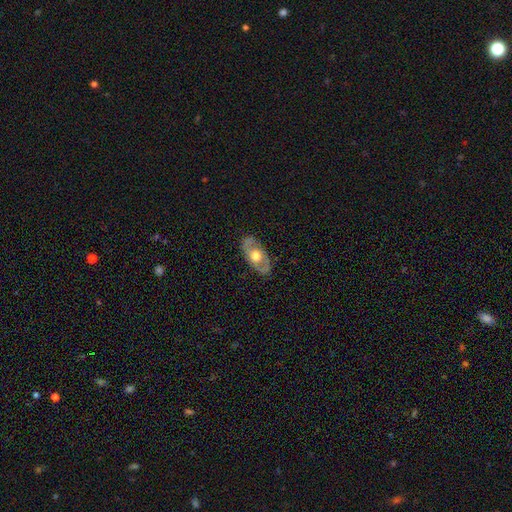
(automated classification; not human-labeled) Smooth or featured: featured or disk — 62% (smooth — 33%)
Edge-on disk: no — 85% (yes — 15%)
Bar: no — 85% (weak — 12%)
Spiral arms: no — 66% (yes — 34%)
Bulge size: moderate — 60% (large — 34%)
Merging: none — 83% (minor disturbance — 12%)